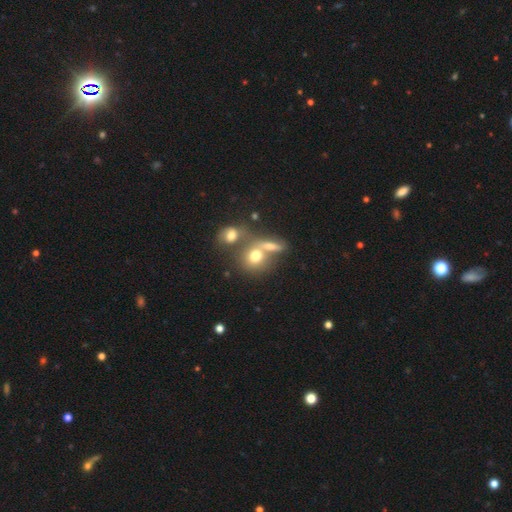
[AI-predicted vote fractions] smooth 69%, featured or disk 18%, star or artifact 13%. Down the decision tree: how rounded — round (67%); merging — merger (49%).